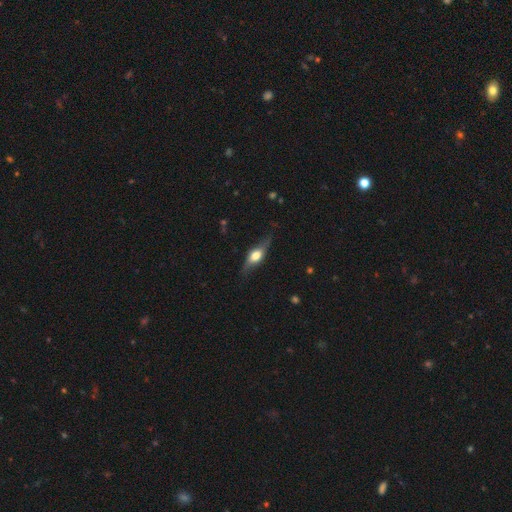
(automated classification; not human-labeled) smooth-or-featured: featured or disk: 55% | smooth: 39% | star or artifact: 6%
  disk-edge-on: yes: 84% | no: 16%
  merging: none: 76% | minor disturbance: 18% | major disturbance: 5% | merger: 1%